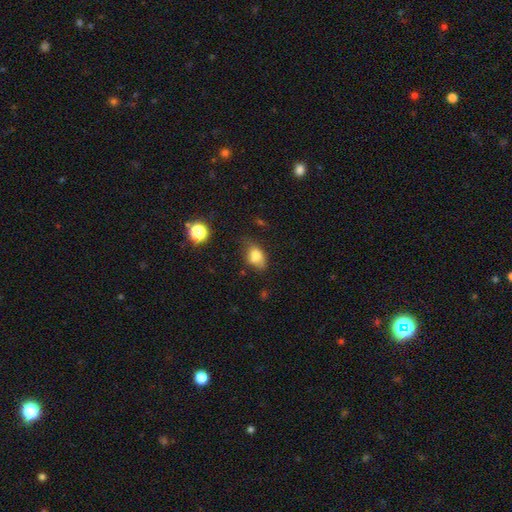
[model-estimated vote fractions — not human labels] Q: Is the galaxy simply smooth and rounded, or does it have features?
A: smooth — 76%.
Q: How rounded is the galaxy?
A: in between — 80%.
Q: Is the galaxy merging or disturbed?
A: none — 47%.